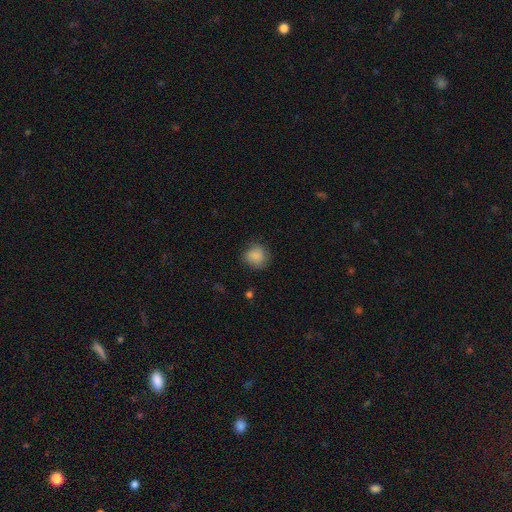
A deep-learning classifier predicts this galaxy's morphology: A smooth galaxy with no disk features (85%) that is round (83%).

Vote fractions:
- Smooth or featured? smooth: 85% / star or artifact: 8% / featured or disk: 6%
- How rounded? round: 83% / in between: 16% / cigar-shaped: 1%
- Merging? none: 76% / minor disturbance: 18% / major disturbance: 5% / merger: 1%